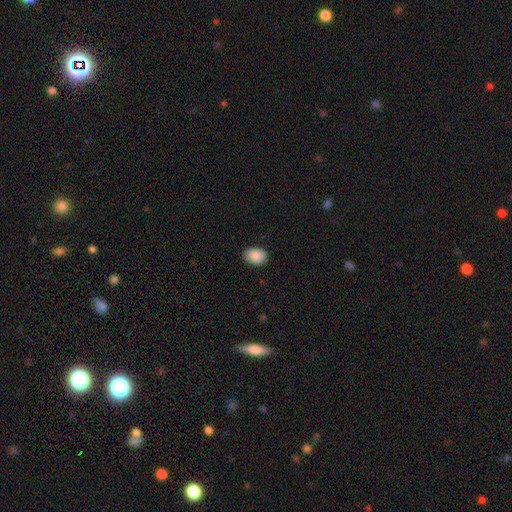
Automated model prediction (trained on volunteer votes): Smooth or featured: smooth — 90% (star or artifact — 7%)
How rounded: in between — 76% (round — 23%)
Merging: none — 85% (minor disturbance — 12%)